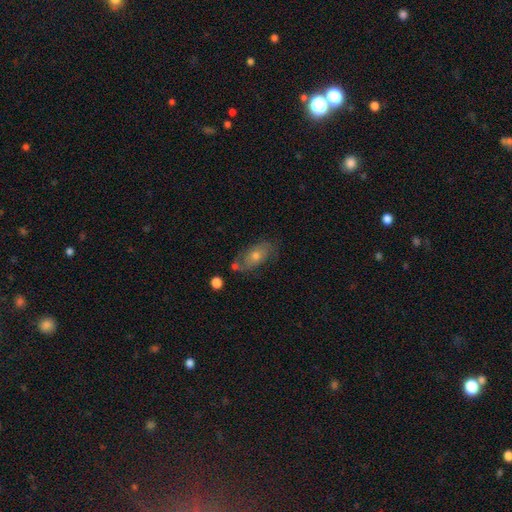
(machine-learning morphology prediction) Smooth or featured? Predicted: featured or disk (p=0.49). Merging? Predicted: none (p=0.63).